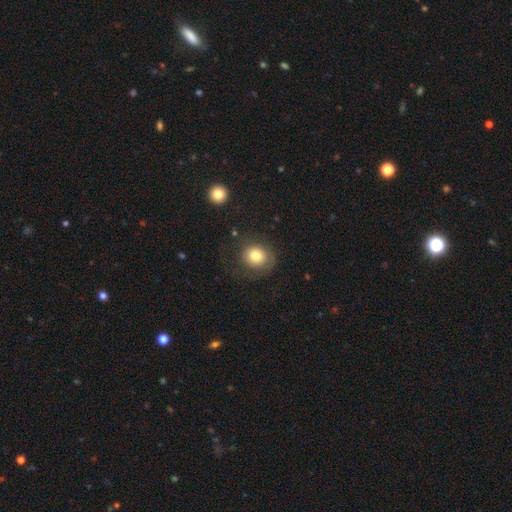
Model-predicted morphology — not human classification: smooth_or_featured: smooth (p=0.76) [alt: featured or disk p=0.15]
how_rounded: round (p=0.80) [alt: in between p=0.19]
merging: none (p=0.67) [alt: minor disturbance p=0.16]